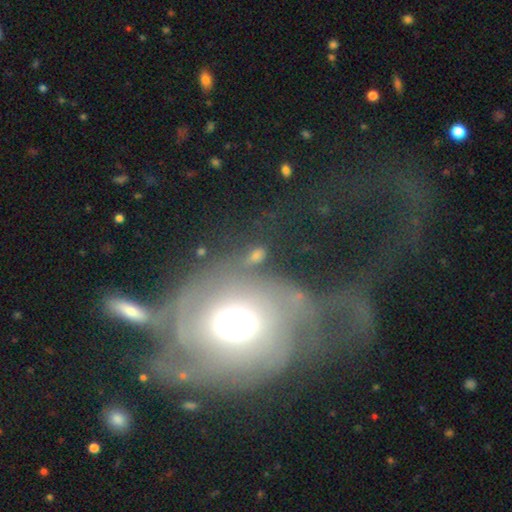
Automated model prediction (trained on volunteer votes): Smooth or featured?
  - smooth: 43% *
  - featured or disk: 32%
  - star or artifact: 25%
Merging?
  - none: 55% *
  - major disturbance: 18%
  - minor disturbance: 16%
  - merger: 11%